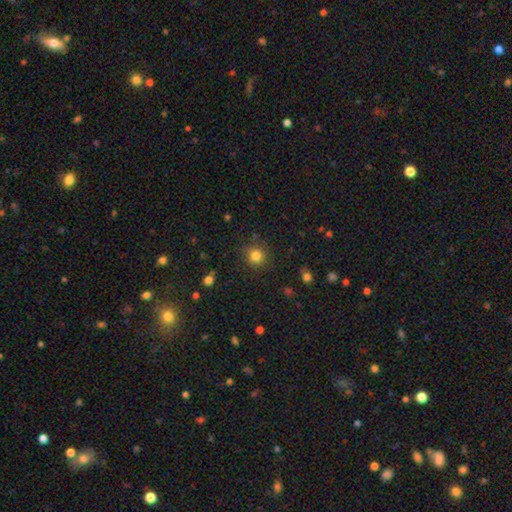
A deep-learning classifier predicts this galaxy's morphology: Smooth or featured: smooth — 82% (star or artifact — 12%)
How rounded: round — 89% (in between — 10%)
Merging: none — 85% (minor disturbance — 9%)